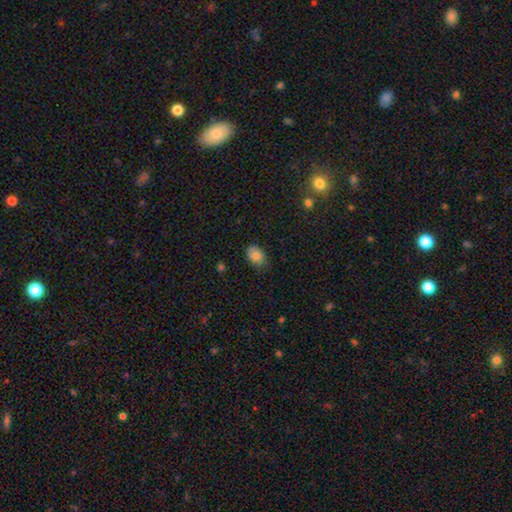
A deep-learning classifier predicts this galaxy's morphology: Overall: smooth (81%). How rounded: in between (79%). Merging: none (68%).